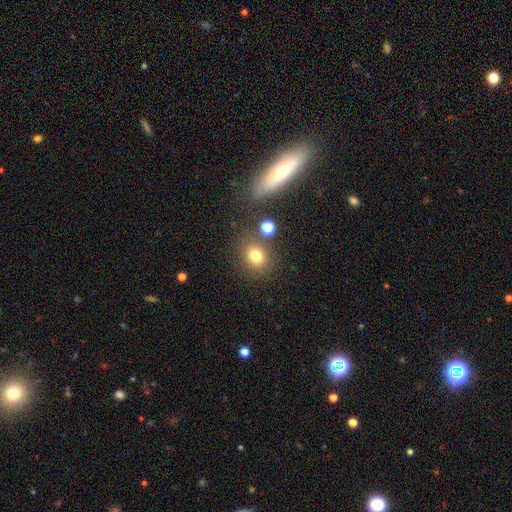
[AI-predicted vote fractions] A smooth galaxy with no disk features (77%) that is round (70%). Merging: none (75%).